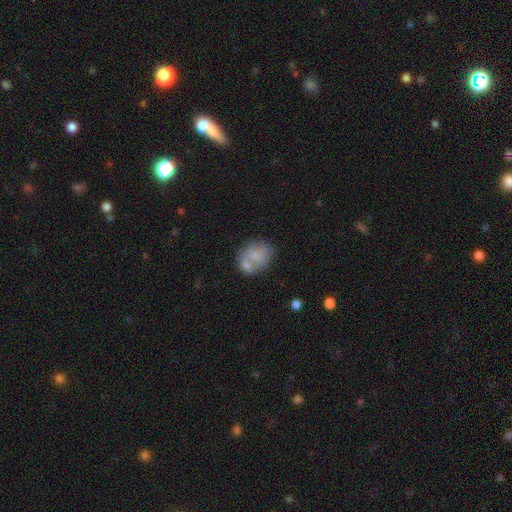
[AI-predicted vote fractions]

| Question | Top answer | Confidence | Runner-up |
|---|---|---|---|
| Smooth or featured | smooth | 71% | featured or disk (21%) |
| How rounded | in between | 52% | round (47%) |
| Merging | none | 41% | merger (34%) |